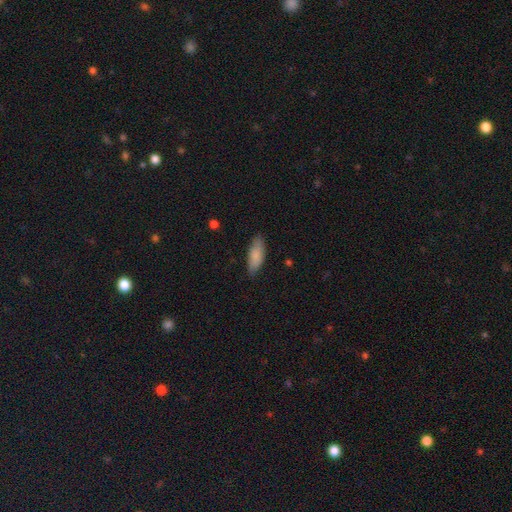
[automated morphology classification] type=smooth (83%); roundness=in between (71%); merging=none (81%).